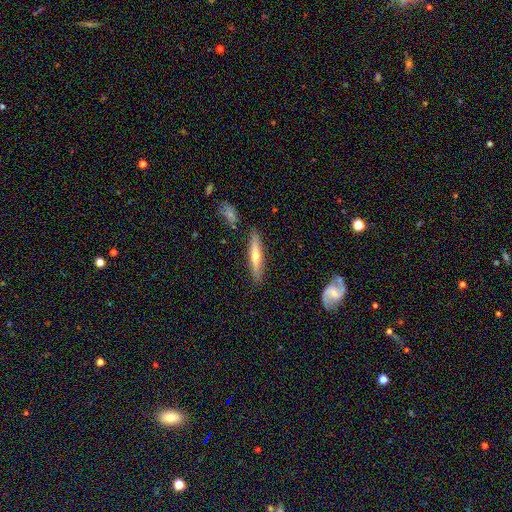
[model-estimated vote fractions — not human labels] Q: Smooth or featured?
A: featured or disk (53%); runner-up: smooth (41%)
Q: Edge-on disk?
A: yes (92%); runner-up: no (8%)
Q: Merging?
A: none (86%); runner-up: minor disturbance (9%)